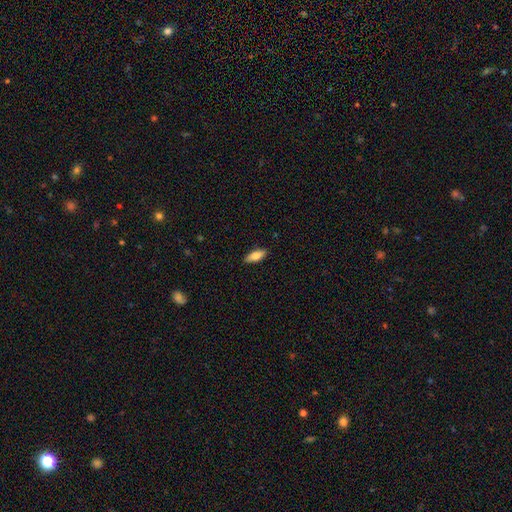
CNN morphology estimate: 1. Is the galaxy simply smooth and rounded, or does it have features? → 78% smooth, 16% featured or disk, 6% star or artifact.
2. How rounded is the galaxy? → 73% in between, 24% cigar-shaped, 2% round.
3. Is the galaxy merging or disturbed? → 88% none, 9% minor disturbance, 2% major disturbance, 1% merger.